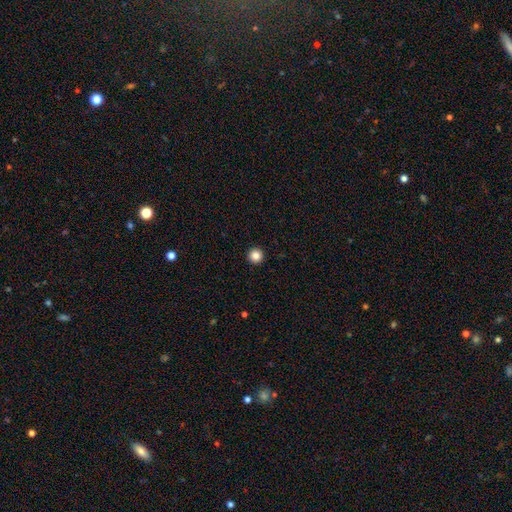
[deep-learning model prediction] This is clearly a smooth galaxy (85%). How rounded: clearly round (97%). Merging: clearly none (94%).